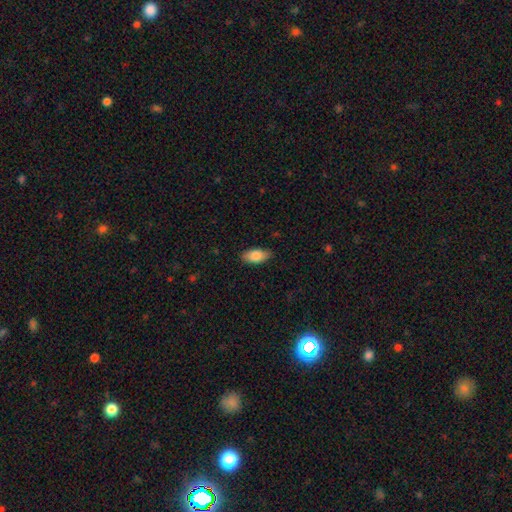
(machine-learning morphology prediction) smooth-or-featured: smooth: 85% | featured or disk: 9% | star or artifact: 6%
  how-rounded: in between: 91% | cigar-shaped: 6% | round: 3%
  merging: none: 85% | minor disturbance: 11% | major disturbance: 2% | merger: 1%